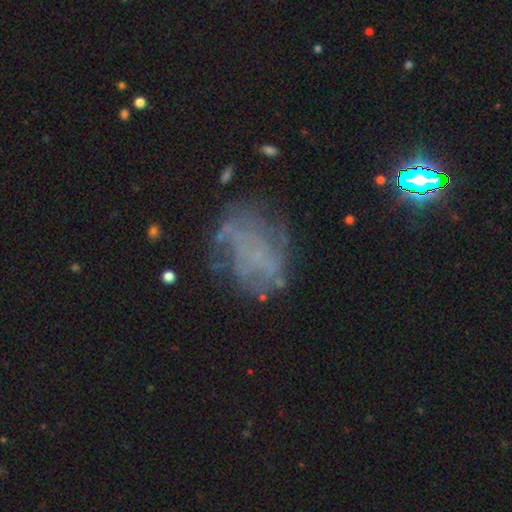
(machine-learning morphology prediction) featured or disk 61%, smooth 21%, star or artifact 18%. Down the decision tree: edge-on disk — no (98%); bar — no (87%); spiral arms — no (54%); bulge size — none (77%); merging — none (58%).